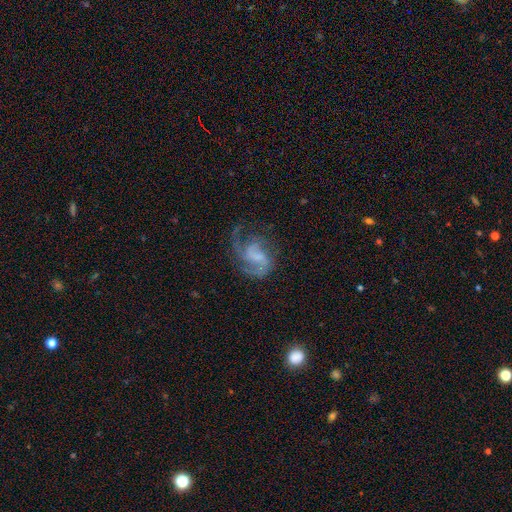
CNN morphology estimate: Smooth or featured: featured or disk — 79% (smooth — 13%)
Edge-on disk: no — 98% (yes — 2%)
Bar: weak — 47% (no — 40%)
Spiral arms: yes — 93% (no — 7%)
Spiral winding: medium — 48% (loose — 31%)
Spiral arm count: 2 — 41% (3 — 21%)
Bulge size: none — 45% (small — 32%)
Merging: none — 48% (major disturbance — 30%)